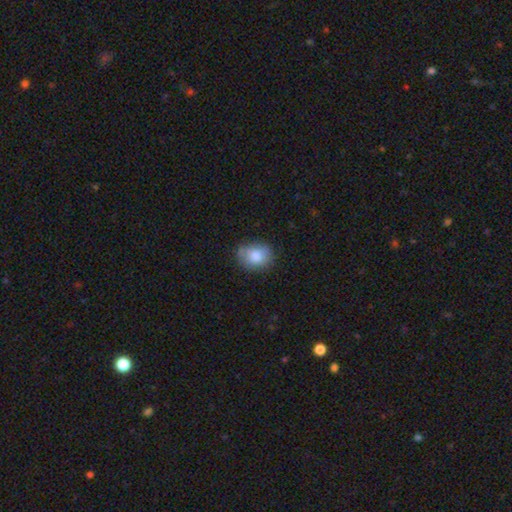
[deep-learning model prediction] A smooth galaxy with no disk features (78%) that is round (52%). Merging: none (72%).